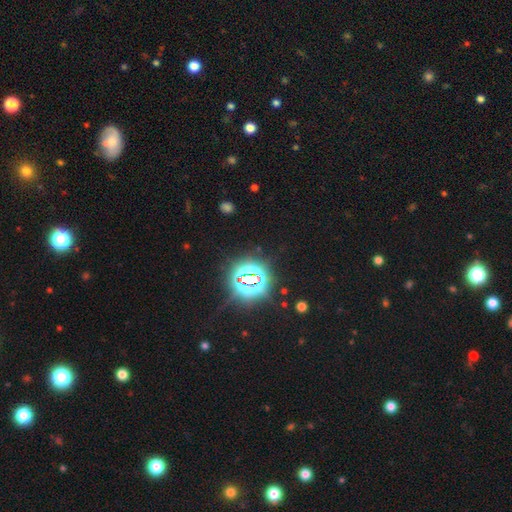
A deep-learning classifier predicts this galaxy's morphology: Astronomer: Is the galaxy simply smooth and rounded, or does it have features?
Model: star or artifact — 82%.